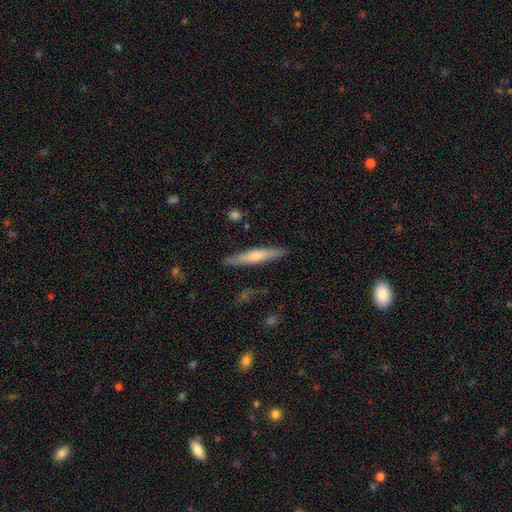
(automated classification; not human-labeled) smooth-or-featured: featured or disk: 61% | smooth: 32% | star or artifact: 7%
  disk-edge-on: yes: 95% | no: 5%
    edge-on-bulge: rounded: 83% | none: 11% | boxy: 6%
  merging: none: 88% | minor disturbance: 9% | major disturbance: 2% | merger: 1%